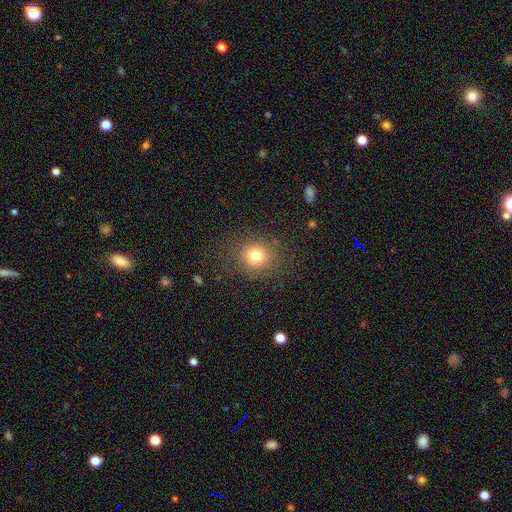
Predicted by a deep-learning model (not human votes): smooth_or_featured: smooth (p=0.75) [alt: star or artifact p=0.15]
how_rounded: round (p=0.83) [alt: in between p=0.16]
merging: none (p=0.80) [alt: minor disturbance p=0.12]